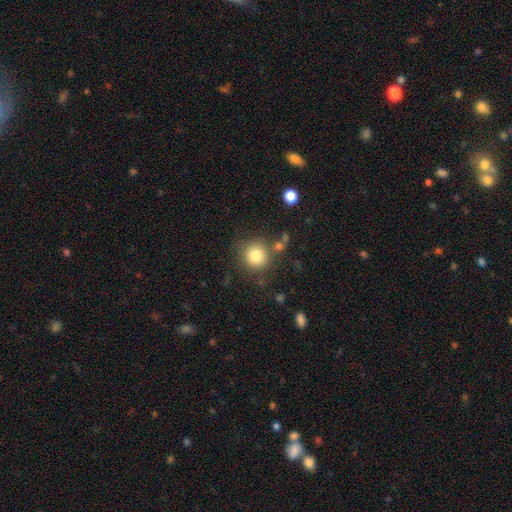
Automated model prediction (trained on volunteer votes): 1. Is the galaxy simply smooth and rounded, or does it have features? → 82% smooth, 10% star or artifact, 8% featured or disk.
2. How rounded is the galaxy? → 91% round, 8% in between, 1% cigar-shaped.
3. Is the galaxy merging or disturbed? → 78% none, 11% minor disturbance, 7% merger, 5% major disturbance.